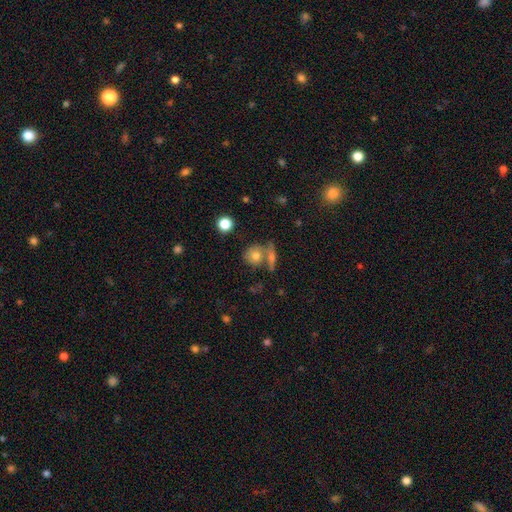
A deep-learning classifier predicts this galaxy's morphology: This is likely a smooth galaxy (72%). How rounded: likely round (77%). Merging: possibly none (53%).